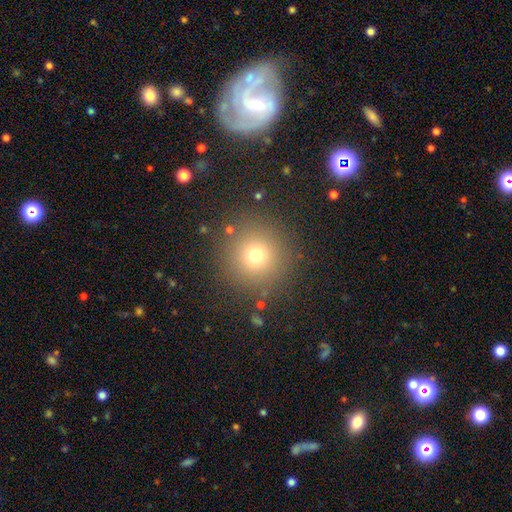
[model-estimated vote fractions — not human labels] The model was most divided on "smooth or featured": smooth: 71%, star or artifact: 19%, featured or disk: 10%. More confident: how rounded — round (95%); merging — none (87%).